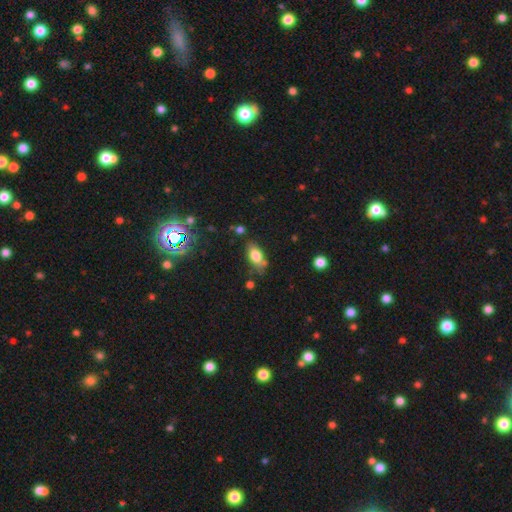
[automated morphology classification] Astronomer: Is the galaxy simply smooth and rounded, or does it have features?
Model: smooth — 75%.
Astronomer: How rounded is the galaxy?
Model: in between — 86%.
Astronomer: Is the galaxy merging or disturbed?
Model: none — 65%.